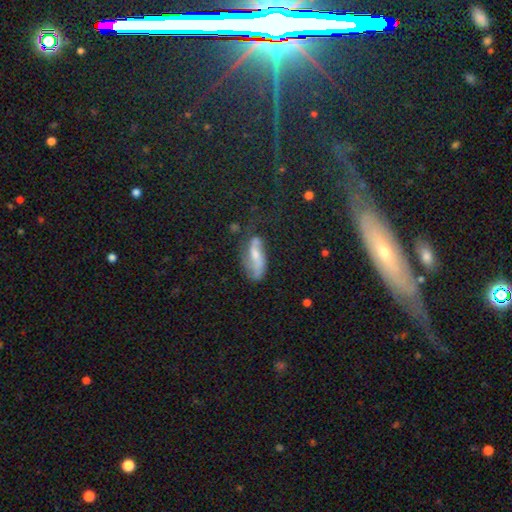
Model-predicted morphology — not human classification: featured or disk 45%, smooth 42%, star or artifact 13%. Down the decision tree: merging — none (44%).